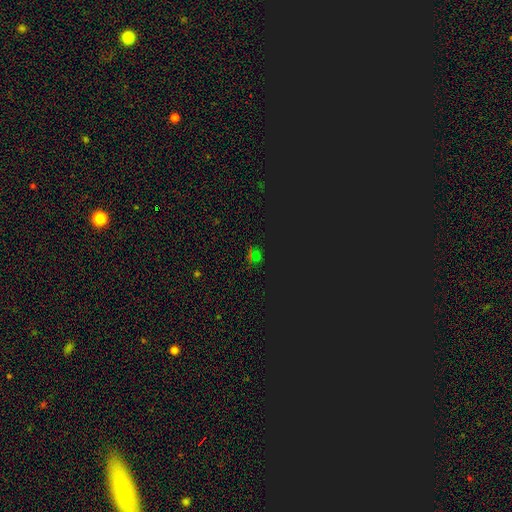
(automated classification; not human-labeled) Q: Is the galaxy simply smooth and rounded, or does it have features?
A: star or artifact — 65%.